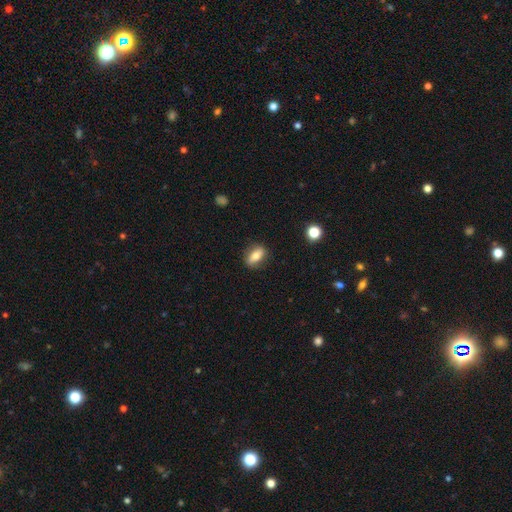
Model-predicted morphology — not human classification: The model was most divided on "smooth or featured": smooth: 70%, featured or disk: 22%, star or artifact: 8%. More confident: merging — none (84%); how rounded — in between (78%).